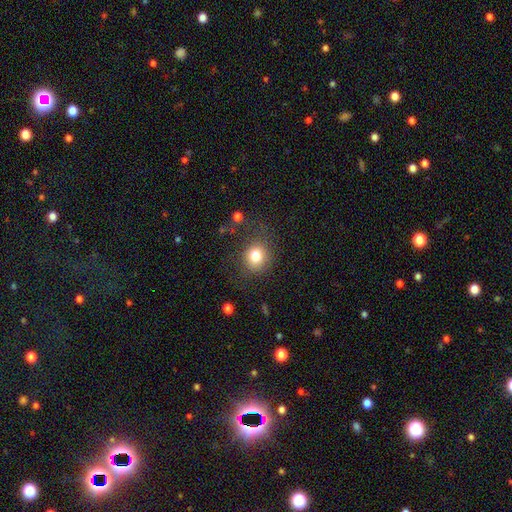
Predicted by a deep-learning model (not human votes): Overall: smooth (79%). How rounded: round (80%). Merging: none (74%).